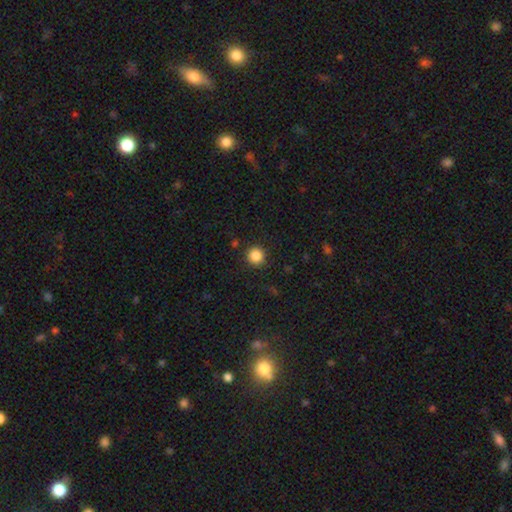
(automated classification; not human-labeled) The model was most divided on "smooth or featured": smooth: 86%, star or artifact: 11%, featured or disk: 4%. More confident: how rounded — round (95%); merging — none (91%).